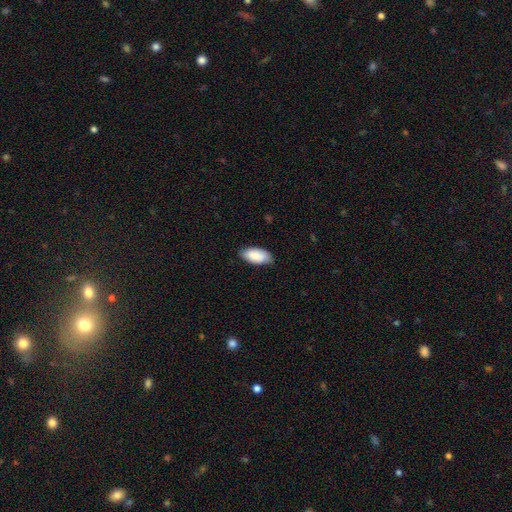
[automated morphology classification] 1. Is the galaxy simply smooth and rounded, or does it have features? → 87% smooth, 7% featured or disk, 6% star or artifact.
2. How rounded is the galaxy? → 94% in between, 4% cigar-shaped, 2% round.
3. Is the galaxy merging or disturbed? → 80% none, 17% minor disturbance, 2% major disturbance, 1% merger.